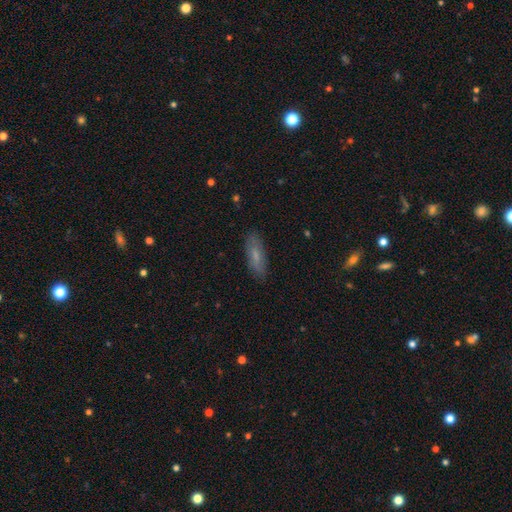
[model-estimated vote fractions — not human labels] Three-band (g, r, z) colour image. It shows a smooth galaxy with no disk features (67%) that is in between round and cigar-shaped (56%). Merging: none (84%).